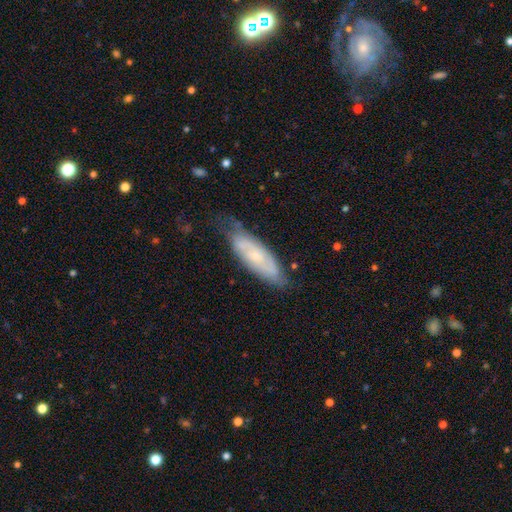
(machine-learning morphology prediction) This appears to be a featured or disk galaxy (53%). Merging: none (58%).